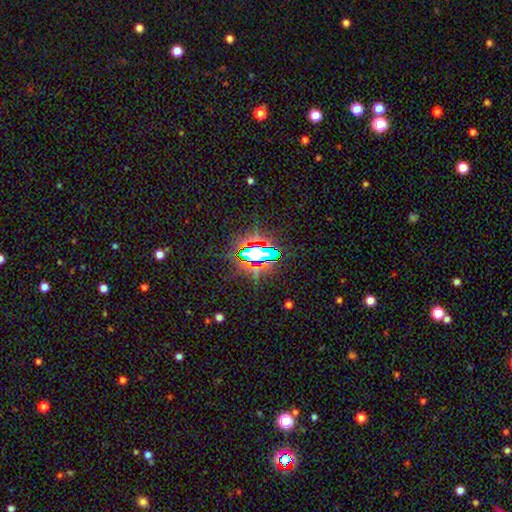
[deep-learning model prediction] smooth-or-featured: star or artifact: 76% | smooth: 14% | featured or disk: 11%